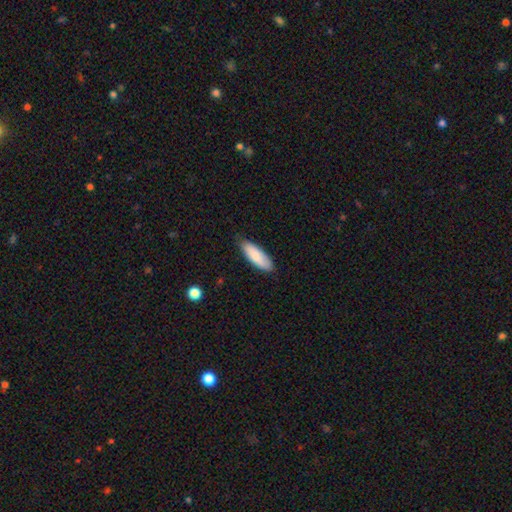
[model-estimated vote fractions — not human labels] A smooth galaxy with no disk features (84%) that is in between round and cigar-shaped (65%).

Vote fractions:
- Smooth or featured? smooth: 84% / featured or disk: 11% / star or artifact: 6%
- How rounded? in between: 65% / cigar-shaped: 33% / round: 2%
- Merging? none: 80% / minor disturbance: 17% / major disturbance: 2% / merger: 1%